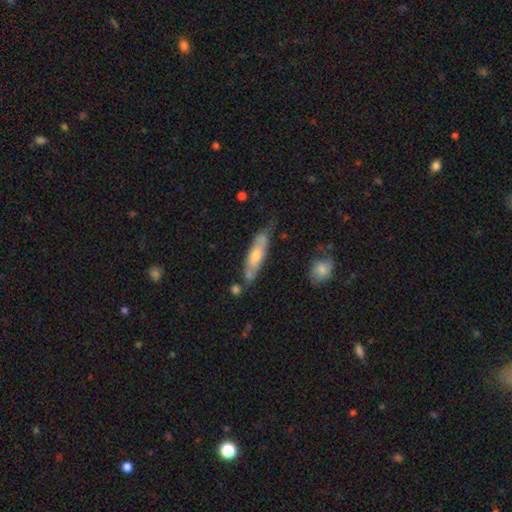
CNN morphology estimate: A smooth galaxy with no disk features (47%, tied with featured or disk). Merging: none (57%).